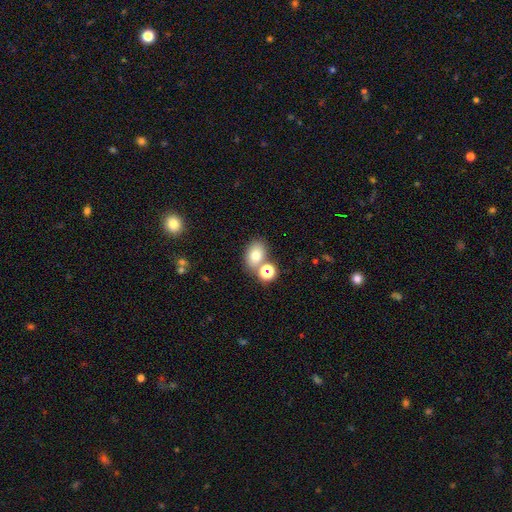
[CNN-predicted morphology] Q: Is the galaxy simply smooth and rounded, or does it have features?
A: smooth — 73%.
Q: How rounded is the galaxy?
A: in between — 69%.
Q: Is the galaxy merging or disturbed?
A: none — 64%.